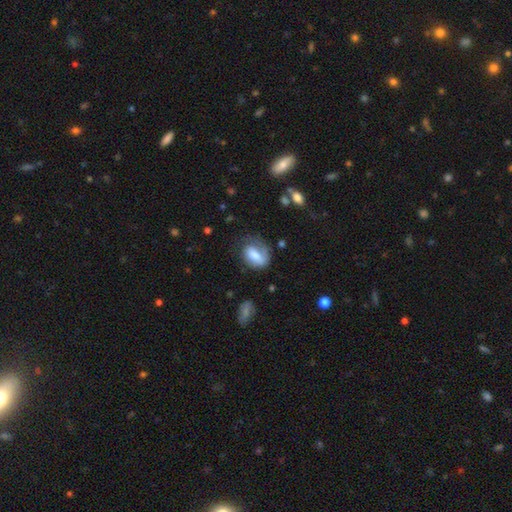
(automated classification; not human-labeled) smooth 57%, featured or disk 36%, star or artifact 7%. Down the decision tree: how rounded — in between (80%); merging — none (49%).